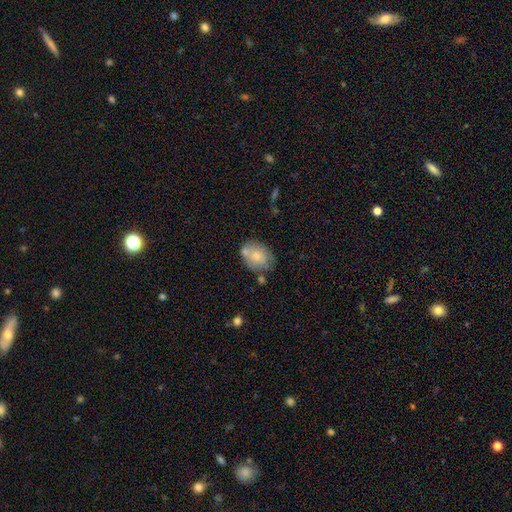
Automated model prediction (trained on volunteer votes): smooth_or_featured: smooth (p=0.69) [alt: featured or disk p=0.24]
how_rounded: in between (p=0.62) [alt: round p=0.37]
merging: none (p=0.53) [alt: minor disturbance p=0.22]